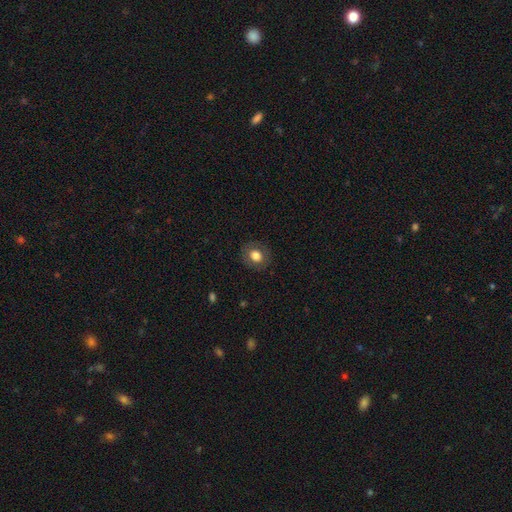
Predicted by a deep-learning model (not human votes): A smooth galaxy with no disk features (74%) that is round (70%).

Vote fractions:
- Smooth or featured? smooth: 74% / featured or disk: 17% / star or artifact: 9%
- How rounded? round: 70% / in between: 30% / cigar-shaped: 1%
- Merging? none: 87% / minor disturbance: 9% / major disturbance: 3% / merger: 1%